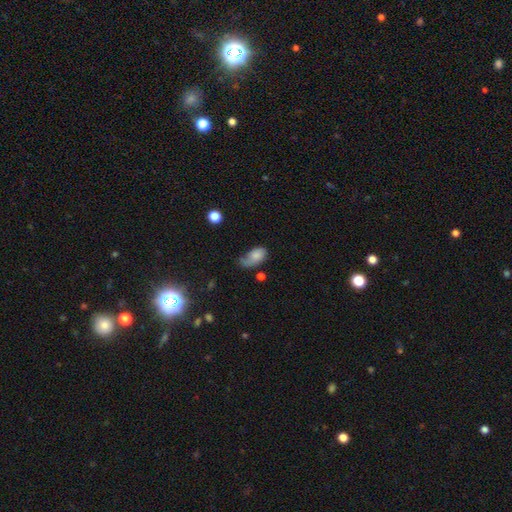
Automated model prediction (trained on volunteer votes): Smooth or featured: smooth — 69% (featured or disk — 22%)
How rounded: in between — 91% (round — 7%)
Merging: minor disturbance — 34% (none — 32%)